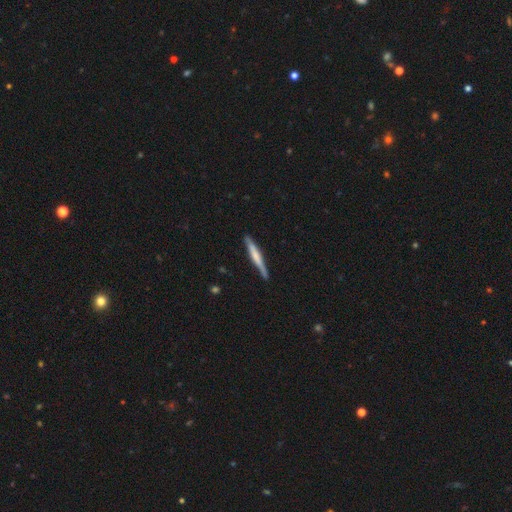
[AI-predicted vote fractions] Morphology: type=featured or disk (49%); merging=none (85%).